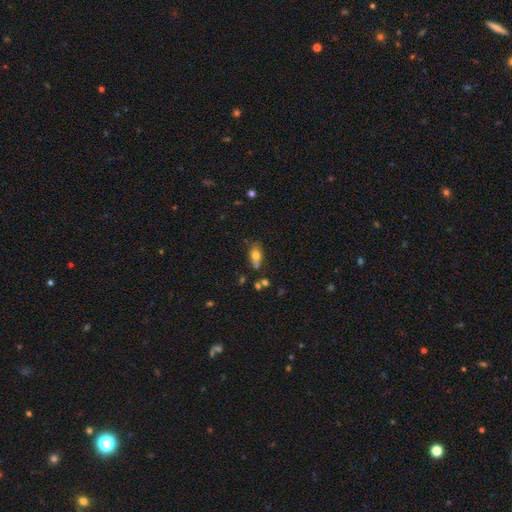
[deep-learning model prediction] smooth-or-featured: smooth: 70% | featured or disk: 20% | star or artifact: 10%
  how-rounded: in between: 81% | round: 10% | cigar-shaped: 10%
  merging: none: 58% | minor disturbance: 23% | merger: 13% | major disturbance: 7%